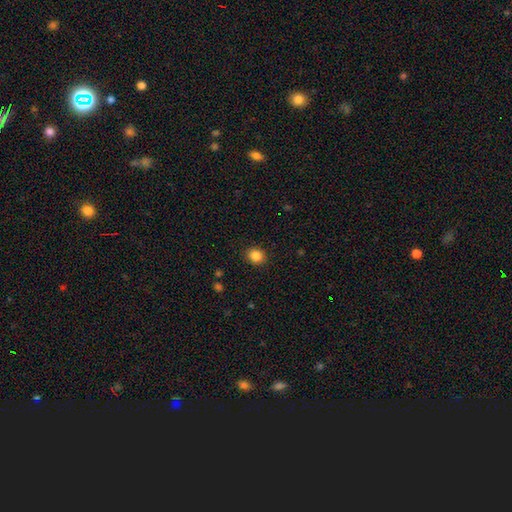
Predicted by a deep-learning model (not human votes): Overall: smooth (86%). How rounded: round (76%). Merging: none (90%).